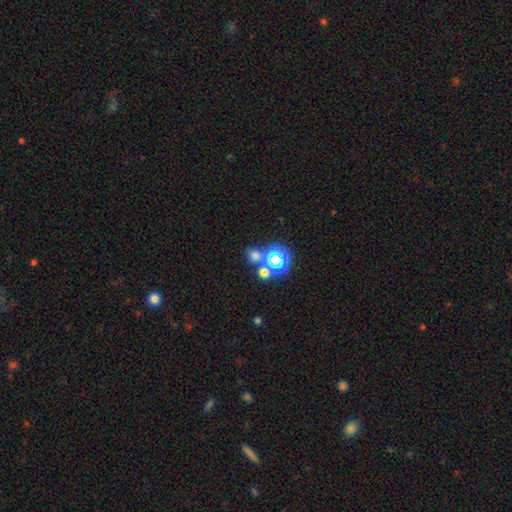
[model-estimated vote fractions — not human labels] This appears to be a smooth galaxy with no disk features (56%) that is round (73%). Merging: none (65%).